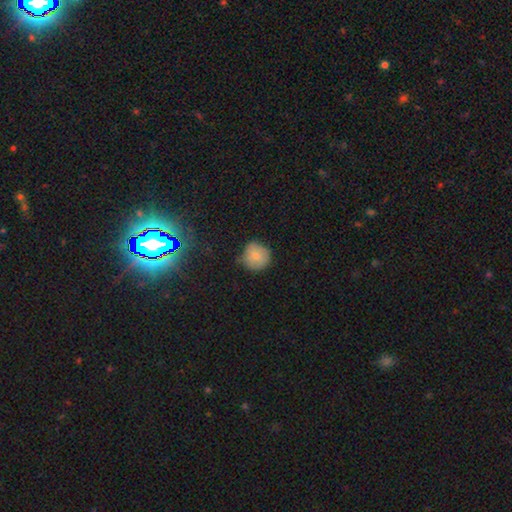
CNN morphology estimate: A smooth galaxy with no disk features (79%) that is round (92%).

Vote fractions:
- Smooth or featured? smooth: 79% / featured or disk: 11% / star or artifact: 10%
- How rounded? round: 92% / in between: 7% / cigar-shaped: 1%
- Merging? none: 70% / minor disturbance: 24% / major disturbance: 4% / merger: 2%